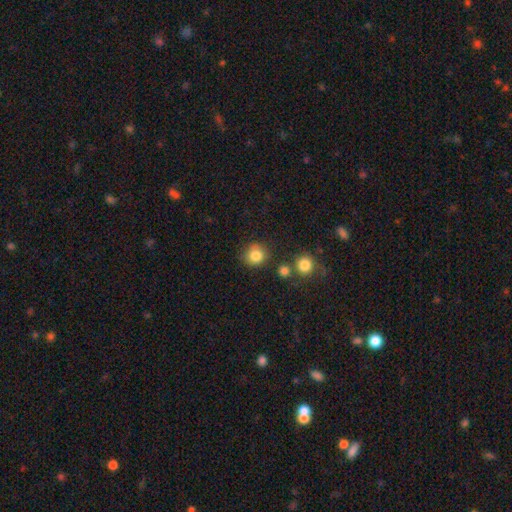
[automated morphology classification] Q: Smooth or featured?
A: smooth (84%); runner-up: star or artifact (10%)
Q: How rounded?
A: round (89%); runner-up: in between (10%)
Q: Merging?
A: none (78%); runner-up: minor disturbance (12%)